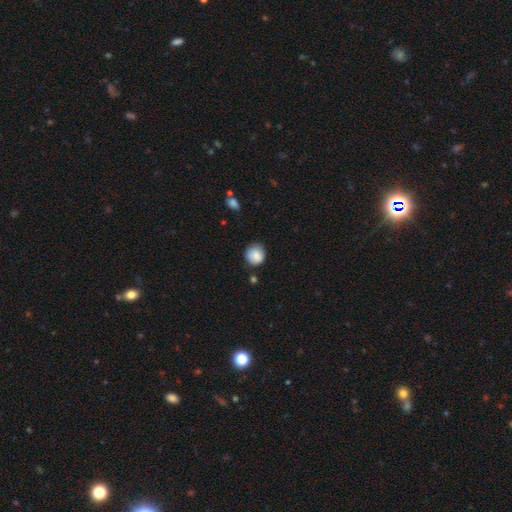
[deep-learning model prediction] smooth 86%, star or artifact 8%, featured or disk 6%. Down the decision tree: how rounded — round (89%); merging — none (75%).